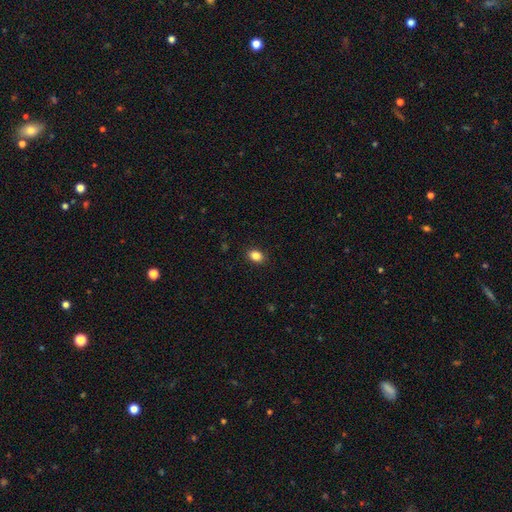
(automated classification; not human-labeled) smooth-or-featured: smooth: 86% | star or artifact: 10% | featured or disk: 5%
  how-rounded: in between: 68% | round: 31% | cigar-shaped: 1%
  merging: none: 89% | minor disturbance: 8% | major disturbance: 2% | merger: 1%